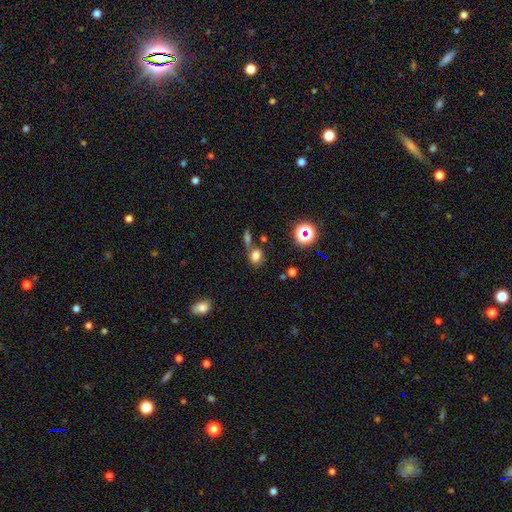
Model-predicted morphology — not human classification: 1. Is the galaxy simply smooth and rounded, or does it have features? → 73% smooth, 17% star or artifact, 10% featured or disk.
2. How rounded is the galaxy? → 50% in between, 48% round, 2% cigar-shaped.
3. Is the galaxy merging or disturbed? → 55% none, 26% merger, 13% minor disturbance, 6% major disturbance.